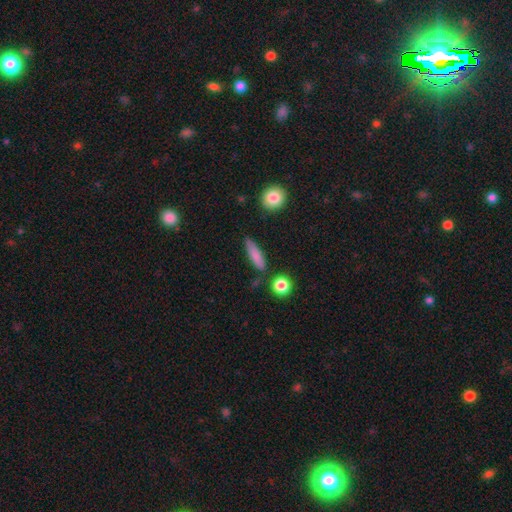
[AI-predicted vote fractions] Q: Smooth or featured?
A: smooth (81%); runner-up: featured or disk (12%)
Q: How rounded?
A: cigar-shaped (72%); runner-up: in between (24%)
Q: Merging?
A: none (78%); runner-up: minor disturbance (15%)